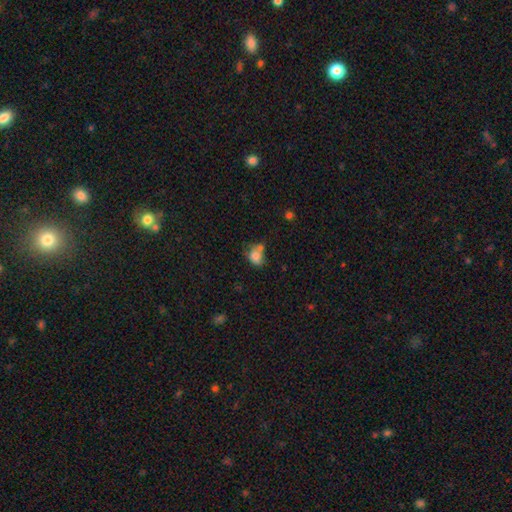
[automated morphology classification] Smooth or featured: smooth — 75% (featured or disk — 14%)
How rounded: in between — 59% (round — 40%)
Merging: none — 33% (merger — 31%)